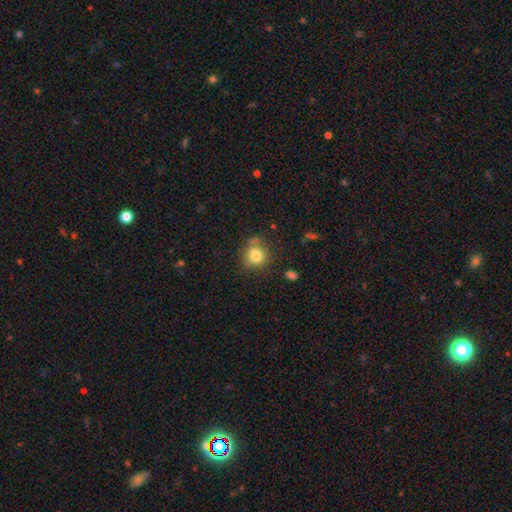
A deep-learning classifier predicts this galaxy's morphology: This appears to be a smooth galaxy with no disk features (80%) that is round (86%). Merging: none (69%).